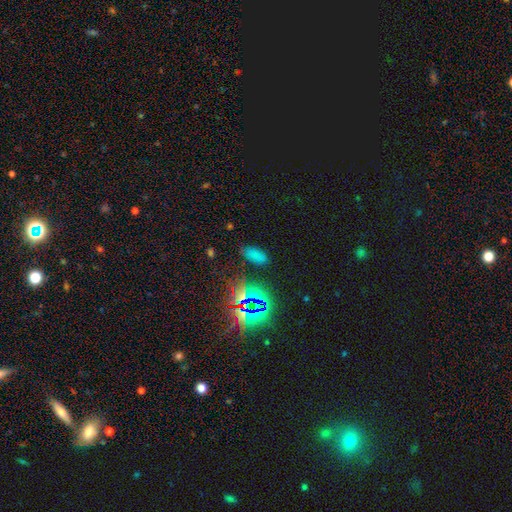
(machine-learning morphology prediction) Q: Smooth or featured?
A: smooth (63%); runner-up: star or artifact (30%)
Q: How rounded?
A: in between (87%); runner-up: cigar-shaped (10%)
Q: Merging?
A: none (76%); runner-up: minor disturbance (16%)